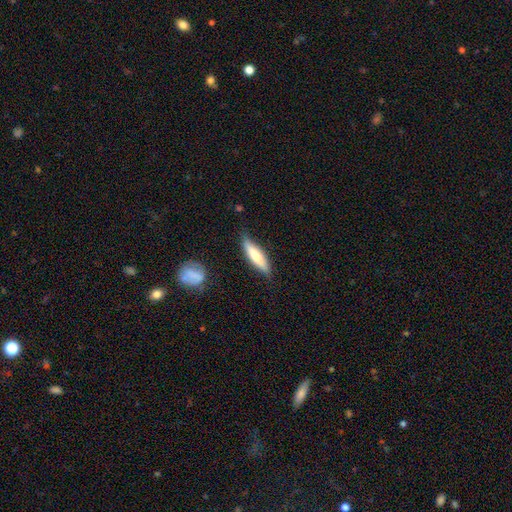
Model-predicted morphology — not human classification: smooth_or_featured: smooth (p=0.64) [alt: featured or disk p=0.31]
how_rounded: cigar-shaped (p=0.69) [alt: in between p=0.29]
merging: none (p=0.77) [alt: minor disturbance p=0.18]